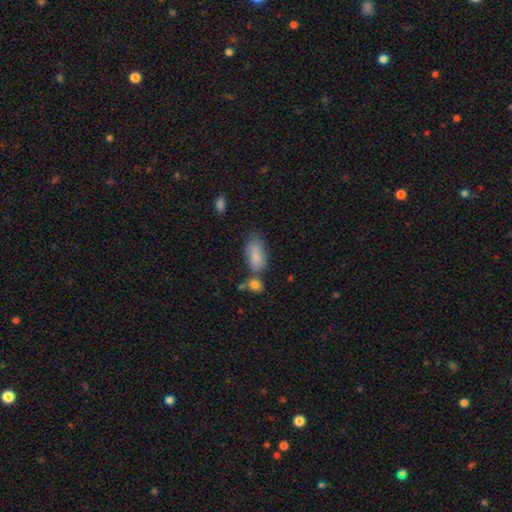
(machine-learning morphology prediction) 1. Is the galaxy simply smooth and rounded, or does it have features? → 85% smooth, 8% star or artifact, 7% featured or disk.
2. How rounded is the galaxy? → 91% in between, 6% cigar-shaped, 4% round.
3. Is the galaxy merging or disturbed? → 52% none, 24% minor disturbance, 16% merger, 8% major disturbance.